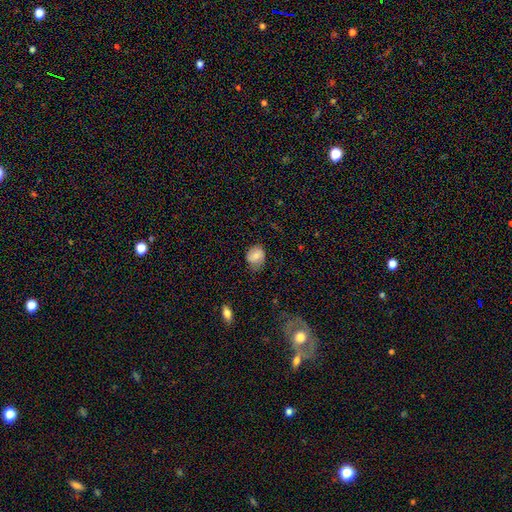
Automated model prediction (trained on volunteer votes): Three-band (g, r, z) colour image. It shows a smooth galaxy with no disk features (72%) that is round (52%). Merging: none (63%).